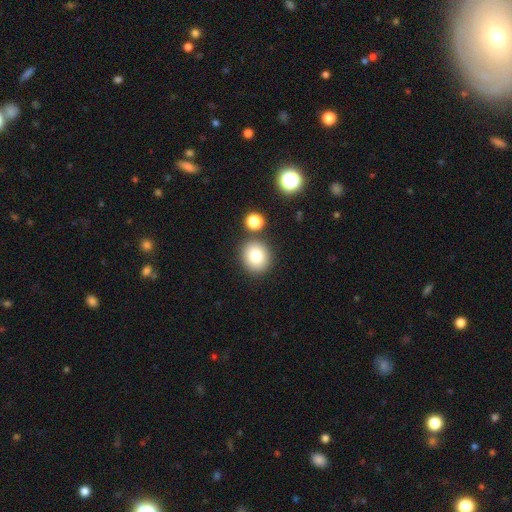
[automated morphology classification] Smooth or featured? Predicted: smooth (p=0.79). How rounded? Predicted: round (p=0.84). Merging? Predicted: none (p=0.79).